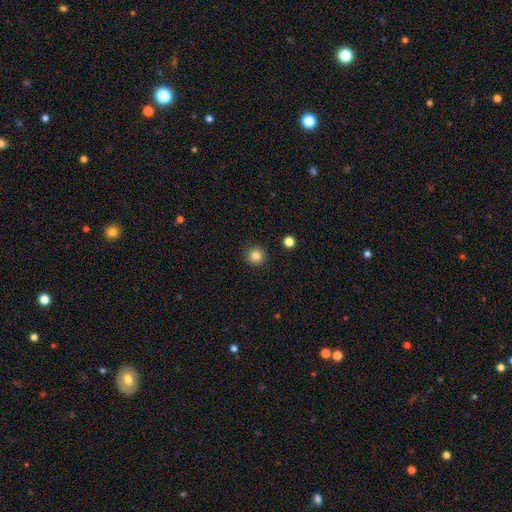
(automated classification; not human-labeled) A smooth galaxy with no disk features (84%) that is round (94%).

Vote fractions:
- Smooth or featured? smooth: 84% / star or artifact: 11% / featured or disk: 5%
- How rounded? round: 94% / in between: 5% / cigar-shaped: 1%
- Merging? none: 92% / minor disturbance: 5% / major disturbance: 2% / merger: 1%